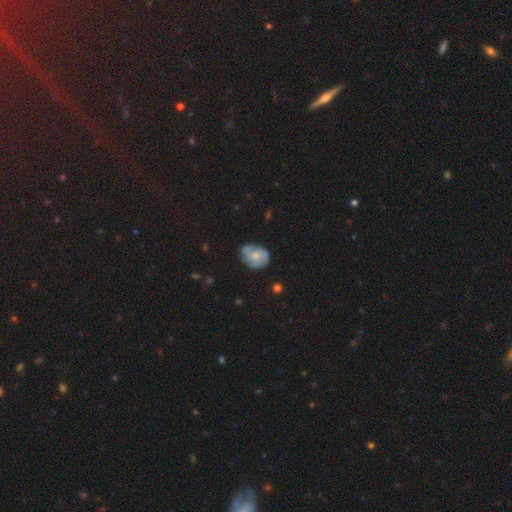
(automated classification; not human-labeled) Smooth or featured? Predicted: featured or disk (p=0.56). Edge-on disk? Predicted: no (p=0.97). Bar? Predicted: no (p=0.74). Spiral arms? Predicted: yes (p=0.77). Bulge size? Predicted: moderate (p=0.51). Merging? Predicted: none (p=0.64).